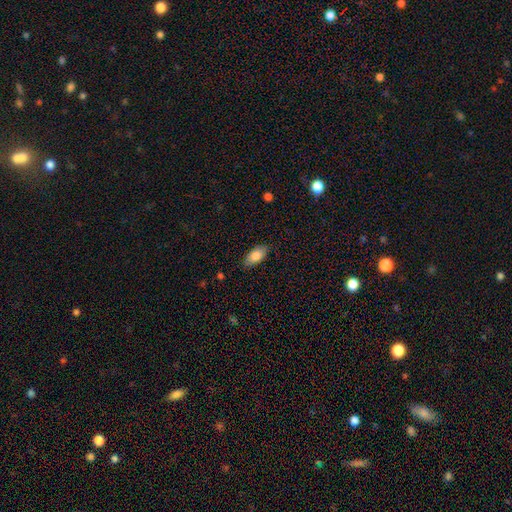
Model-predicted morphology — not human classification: The model was most divided on "smooth or featured": smooth: 83%, featured or disk: 11%, star or artifact: 7%. More confident: how rounded — in between (91%); merging — none (86%).